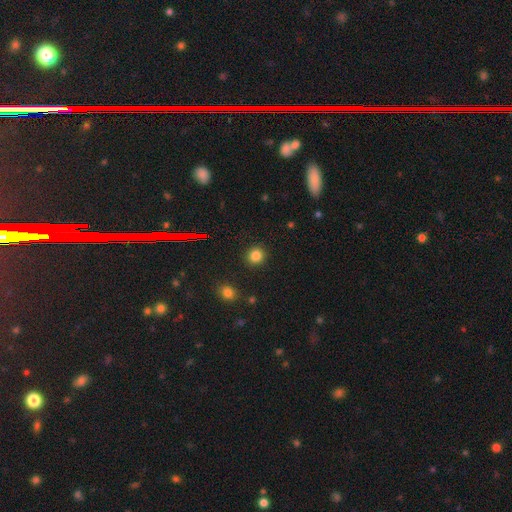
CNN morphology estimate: type=smooth (82%); roundness=round (91%); merging=none (91%).